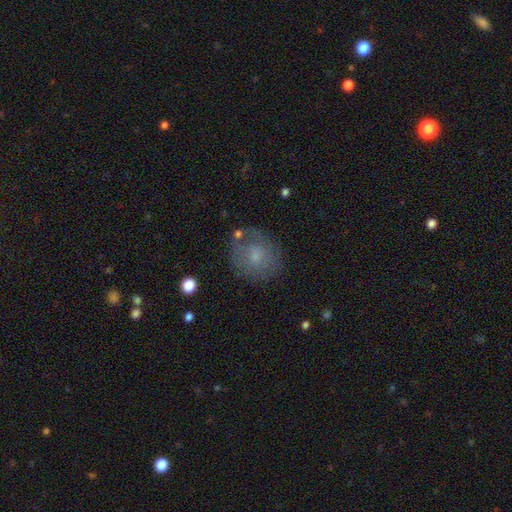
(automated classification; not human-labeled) Morphology: type=smooth (63%); roundness=round (77%); merging=none (67%).